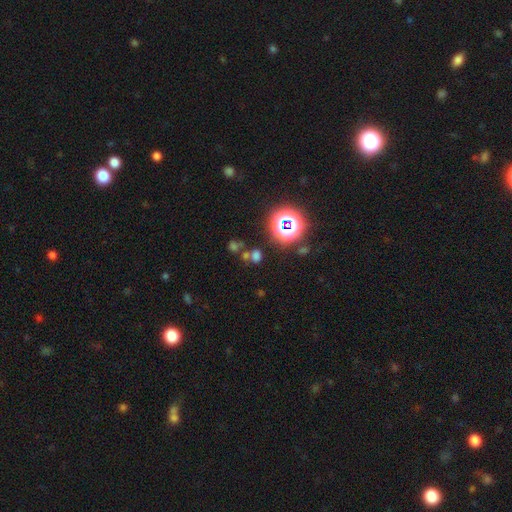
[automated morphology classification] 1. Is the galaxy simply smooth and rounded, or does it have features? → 52% smooth, 39% star or artifact, 9% featured or disk.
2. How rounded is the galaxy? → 64% round, 34% in between, 2% cigar-shaped.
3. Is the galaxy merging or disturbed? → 60% none, 23% merger, 11% minor disturbance, 6% major disturbance.